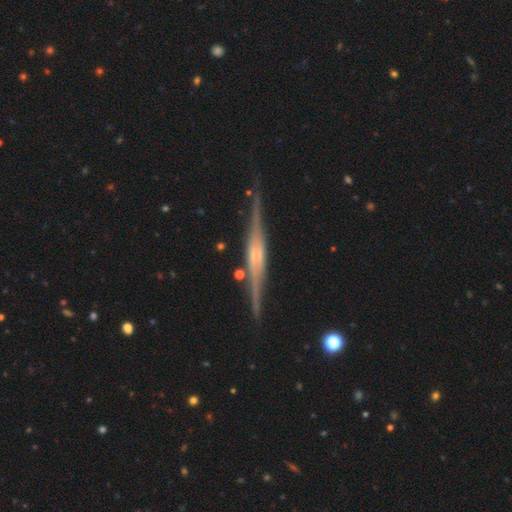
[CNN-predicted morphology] A featured or disk galaxy (83%) viewed edge-on (97%) with a boxy central bulge (44%). Merging: none (83%).